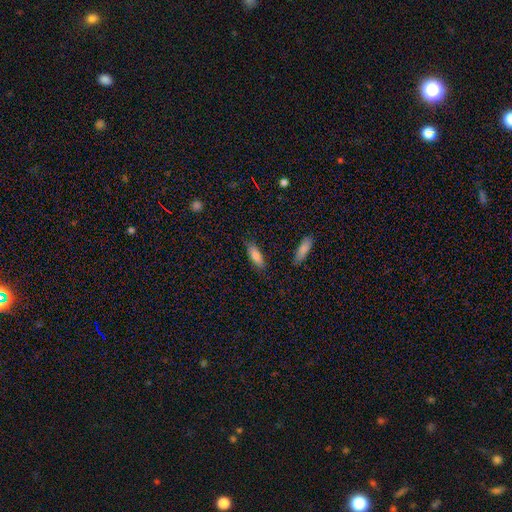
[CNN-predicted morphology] Smooth or featured? smooth (82%)
How rounded? in between (59%)
Merging? none (82%)